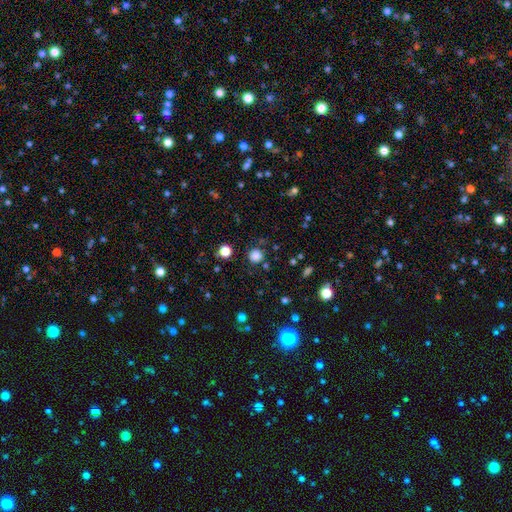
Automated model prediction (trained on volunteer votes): A smooth galaxy with no disk features (81%) that is round (93%). Merging: none (87%).